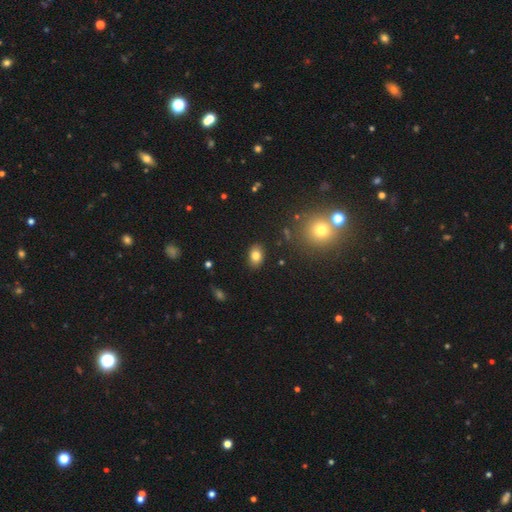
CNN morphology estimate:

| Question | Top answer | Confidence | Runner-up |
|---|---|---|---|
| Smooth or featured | smooth | 80% | star or artifact (11%) |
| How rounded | in between | 80% | round (19%) |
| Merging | none | 87% | minor disturbance (9%) |